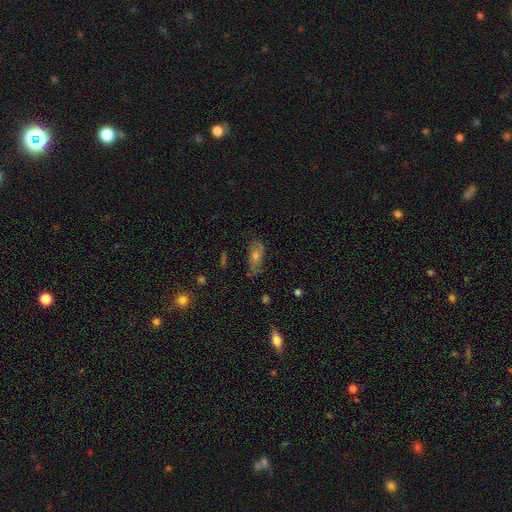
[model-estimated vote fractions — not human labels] Smooth or featured: featured or disk — 47% (smooth — 37%)
Merging: none — 75% (minor disturbance — 18%)